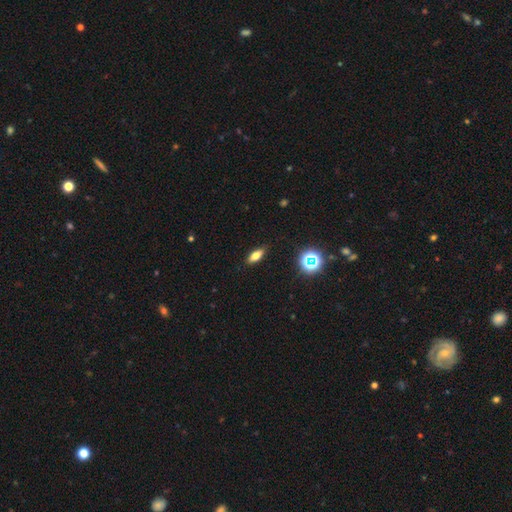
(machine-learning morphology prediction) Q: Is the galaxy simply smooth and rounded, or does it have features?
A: smooth — 67%.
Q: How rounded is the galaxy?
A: in between — 69%.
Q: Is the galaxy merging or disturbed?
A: none — 88%.